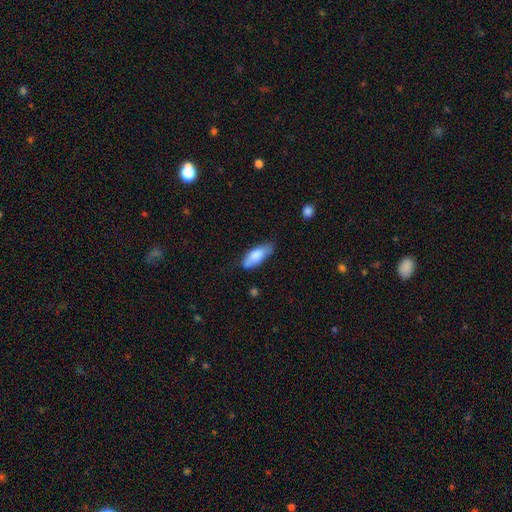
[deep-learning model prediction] The model was most divided on "merging": none: 60%, minor disturbance: 31%, major disturbance: 6%, merger: 3%. More confident: smooth or featured — smooth (78%); how rounded — in between (76%).